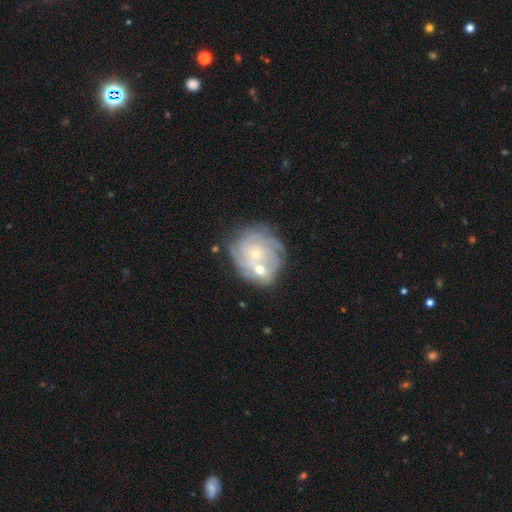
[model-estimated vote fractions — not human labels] Overall: featured or disk (80%). Edge-on disk: no (98%). Bar: no (77%). Spiral arms: yes (93%). Spiral arm count: can't tell (33%; 4 25%). Spiral winding: tight (74%). Bulge size: small (71%). Merging: none (48%; merger 32%).